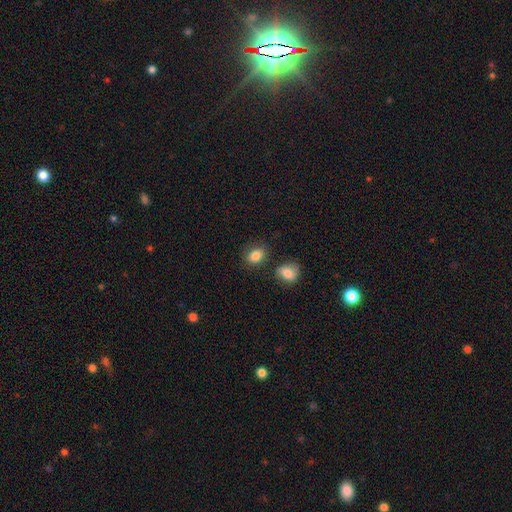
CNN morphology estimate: type=smooth (85%); roundness=in between (65%); merging=none (75%).